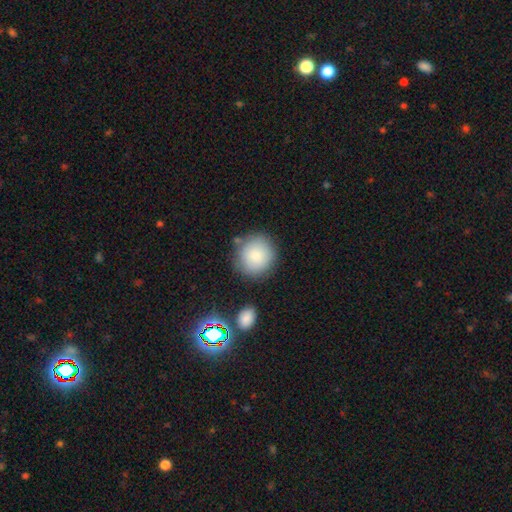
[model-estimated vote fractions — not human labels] Morphology: type=smooth (86%); roundness=round (89%); merging=none (78%).